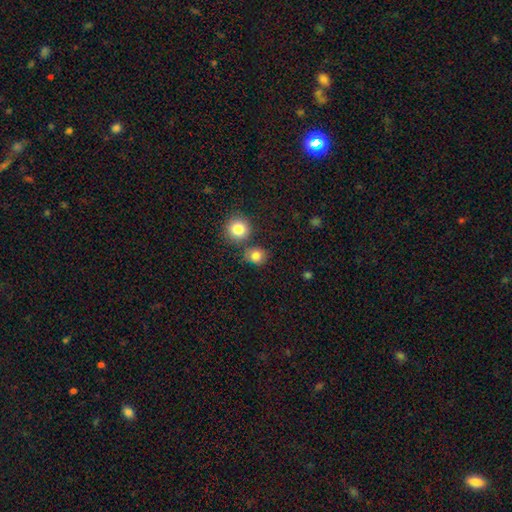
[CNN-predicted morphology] smooth_or_featured: smooth (p=0.82) [alt: star or artifact p=0.11]
how_rounded: round (p=0.79) [alt: in between p=0.20]
merging: none (p=0.72) [alt: merger p=0.13]